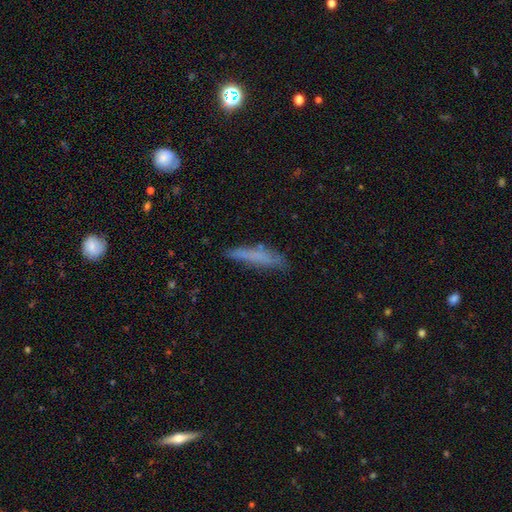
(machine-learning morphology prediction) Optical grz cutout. It shows a smooth galaxy with no disk features (67%) that is cigar-shaped (88%). Merging: none (71%).